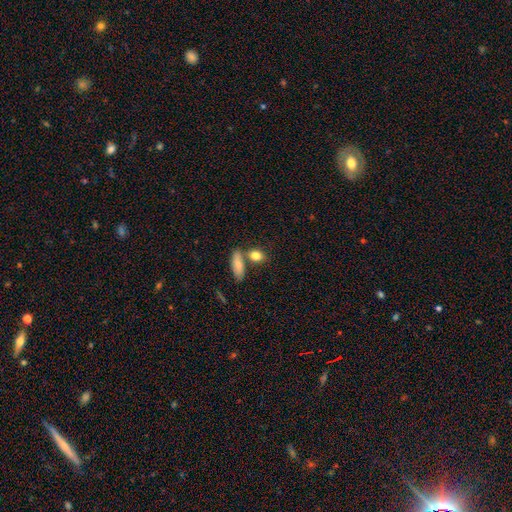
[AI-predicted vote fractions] smooth 83%, featured or disk 10%, star or artifact 7%. Down the decision tree: how rounded — in between (60%); merging — none (59%).